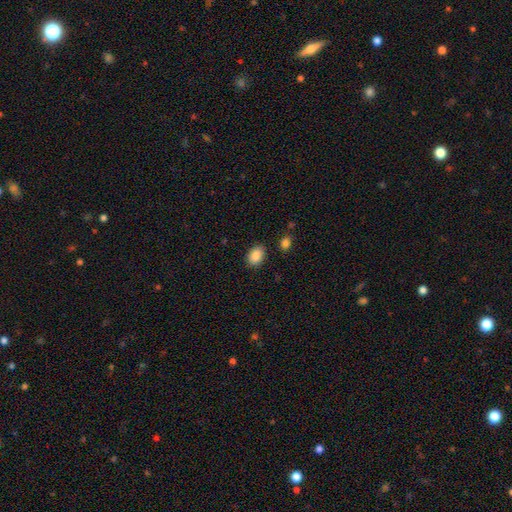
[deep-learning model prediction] The model was most divided on "how rounded": in between: 79%, round: 20%, cigar-shaped: 1%. More confident: smooth or featured — smooth (88%); merging — none (85%).